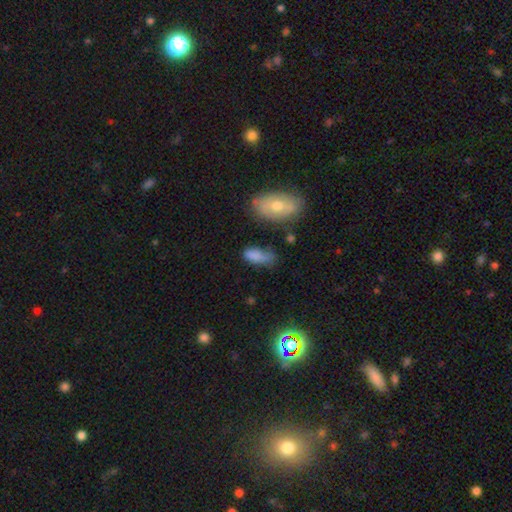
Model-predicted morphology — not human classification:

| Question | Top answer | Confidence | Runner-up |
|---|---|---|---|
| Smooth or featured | smooth | 76% | featured or disk (14%) |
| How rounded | in between | 83% | cigar-shaped (13%) |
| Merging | none | 38% | minor disturbance (33%) |